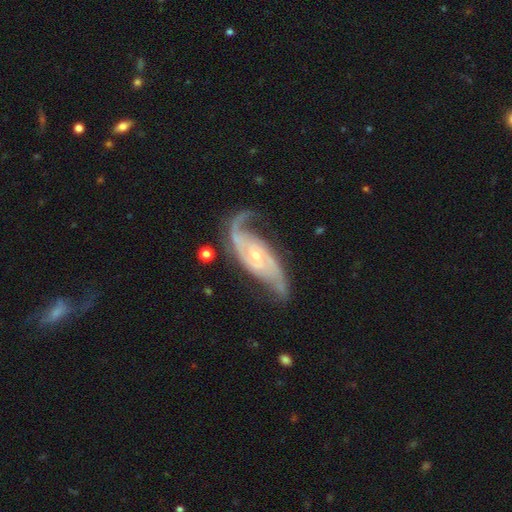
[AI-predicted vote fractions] Smooth or featured?
  - featured or disk: 91% *
  - smooth: 5%
  - star or artifact: 5%
Edge-on disk?
  - no: 94% *
  - yes: 6%
Bar?
  - no: 52% *
  - weak: 35%
  - strong: 13%
Spiral arms?
  - yes: 98% *
  - no: 2%
Spiral winding?
  - medium: 49% *
  - loose: 27%
  - tight: 24%
Spiral arm count?
  - 2: 81% *
  - 3: 7%
  - can't tell: 5%
  - 1: 3%
  - 4: 2%
  - more than 4: 2%
Bulge size?
  - small: 75% *
  - moderate: 20%
  - none: 2%
  - large: 1%
  - dominant: 1%
Merging?
  - none: 65% *
  - minor disturbance: 20%
  - major disturbance: 12%
  - merger: 3%